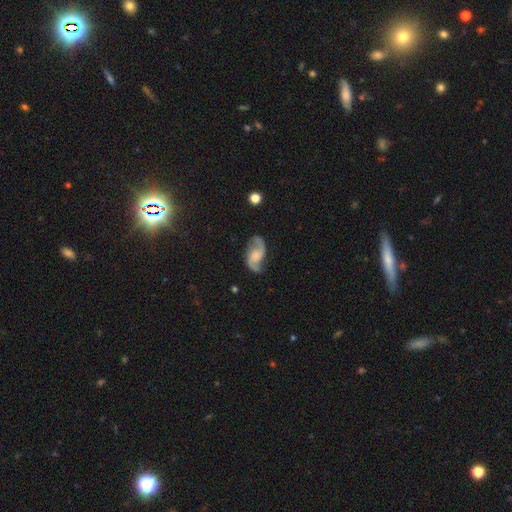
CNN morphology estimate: Overall: featured or disk (85%). Edge-on disk: no (97%). Bar: no (56%; weak 36%). Spiral arms: yes (97%). Spiral arm count: 2 (93%). Spiral winding: loose (46%; medium 43%). Bulge size: none (37%; moderate 24%). Merging: none (77%).